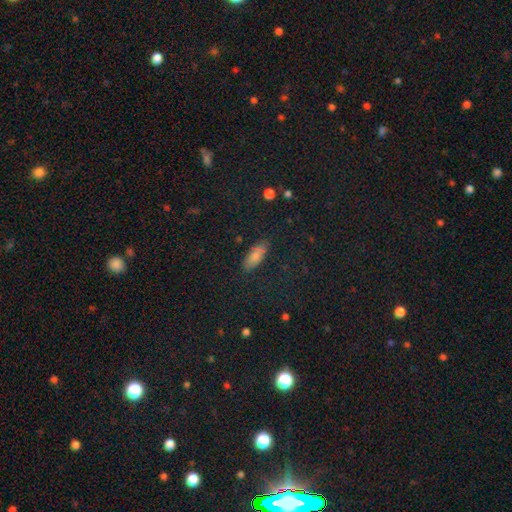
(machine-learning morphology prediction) A smooth galaxy with no disk features (76%) that is in between round and cigar-shaped (82%). Merging: none (81%).